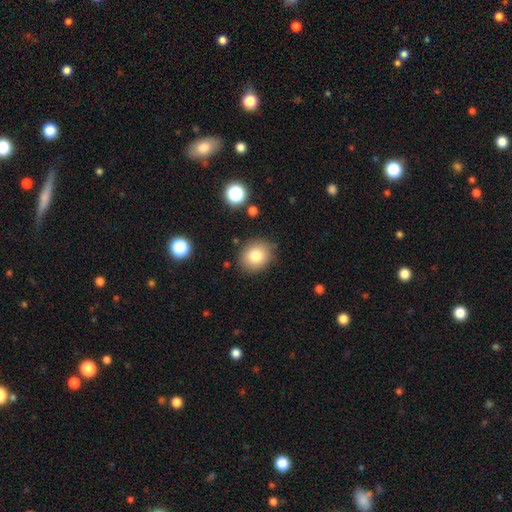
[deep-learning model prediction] Smooth or featured: smooth — 81% (star or artifact — 11%)
How rounded: round — 68% (in between — 31%)
Merging: none — 85% (minor disturbance — 10%)